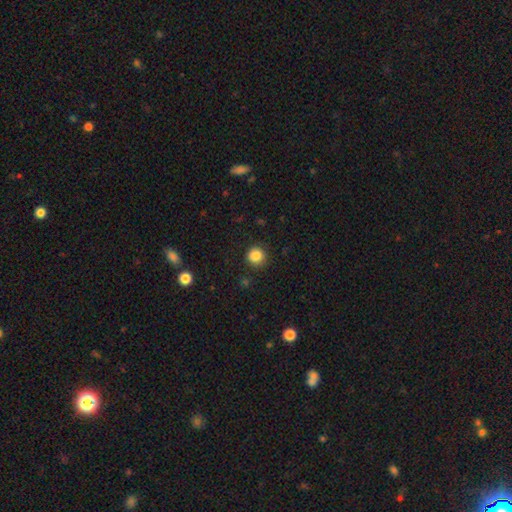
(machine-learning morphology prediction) A smooth galaxy with no disk features (85%) that is round (90%).

Vote fractions:
- Smooth or featured? smooth: 85% / star or artifact: 11% / featured or disk: 4%
- How rounded? round: 90% / in between: 9% / cigar-shaped: 1%
- Merging? none: 88% / minor disturbance: 8% / major disturbance: 3% / merger: 1%